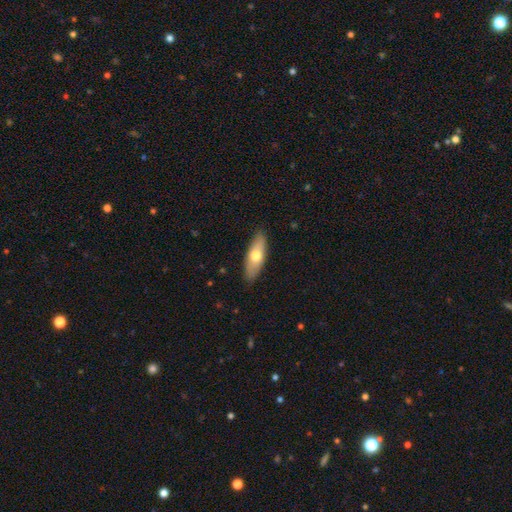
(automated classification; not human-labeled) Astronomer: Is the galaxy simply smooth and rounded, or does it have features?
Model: smooth — 64%.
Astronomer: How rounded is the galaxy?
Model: in between — 63%.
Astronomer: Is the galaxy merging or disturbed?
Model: none — 86%.